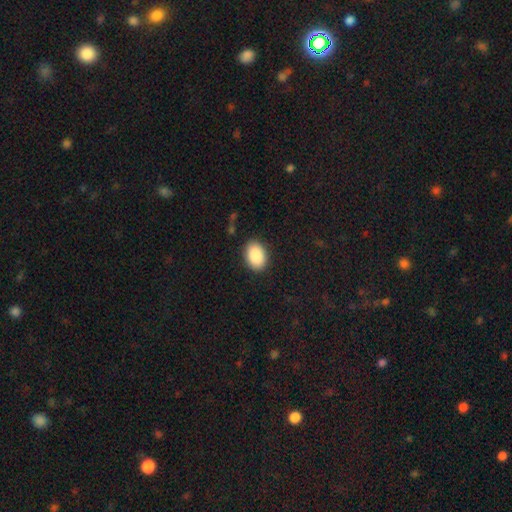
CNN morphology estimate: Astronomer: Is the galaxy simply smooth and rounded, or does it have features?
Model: smooth — 90%.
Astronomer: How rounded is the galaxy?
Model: in between — 85%.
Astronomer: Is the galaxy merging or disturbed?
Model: none — 88%.